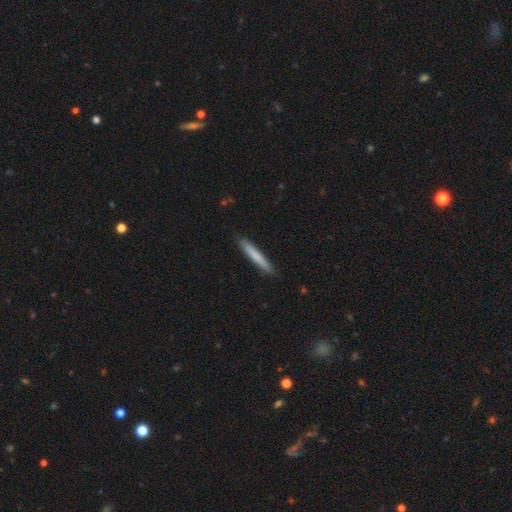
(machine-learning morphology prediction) smooth-or-featured: smooth: 76% | featured or disk: 19% | star or artifact: 5%
  how-rounded: cigar-shaped: 95% | in between: 4% | round: 1%
  merging: none: 89% | minor disturbance: 8% | major disturbance: 1% | merger: 1%